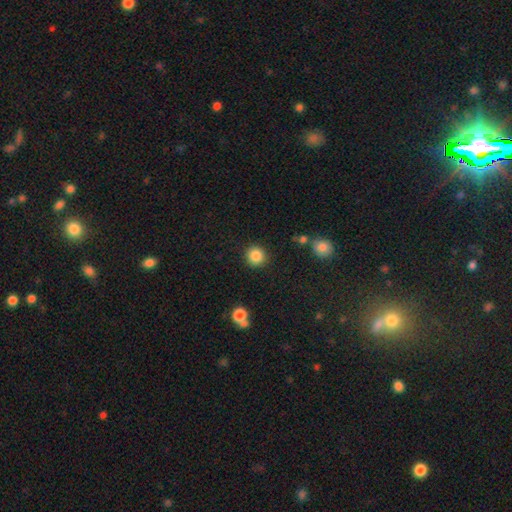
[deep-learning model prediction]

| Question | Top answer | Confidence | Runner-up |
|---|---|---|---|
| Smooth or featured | smooth | 86% | star or artifact (10%) |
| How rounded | round | 93% | in between (6%) |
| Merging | none | 90% | minor disturbance (6%) |